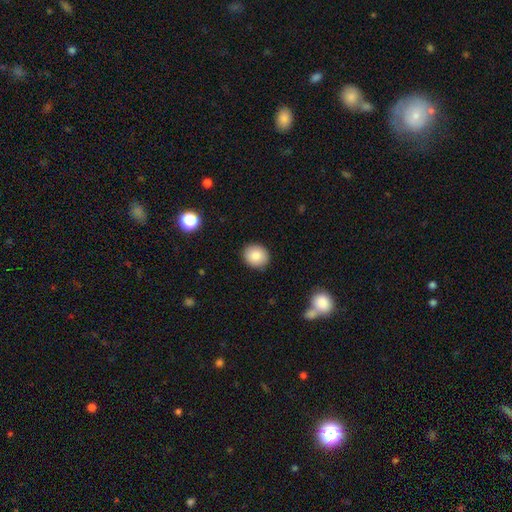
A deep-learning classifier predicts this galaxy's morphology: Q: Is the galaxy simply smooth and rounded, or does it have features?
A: smooth — 85%.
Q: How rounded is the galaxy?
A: round — 70%.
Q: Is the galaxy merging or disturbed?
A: none — 89%.